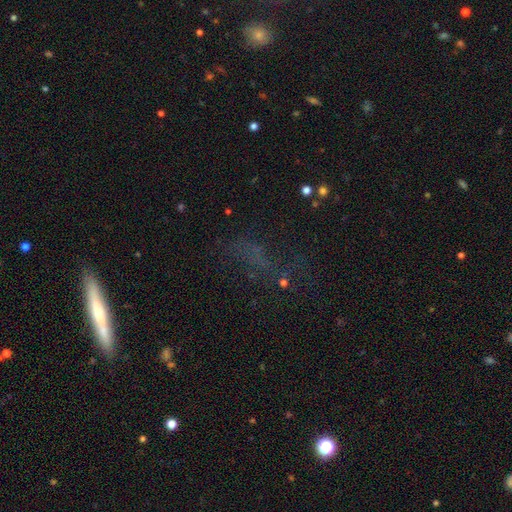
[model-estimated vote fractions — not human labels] smooth_or_featured: star or artifact (p=0.36) [alt: smooth p=0.33]